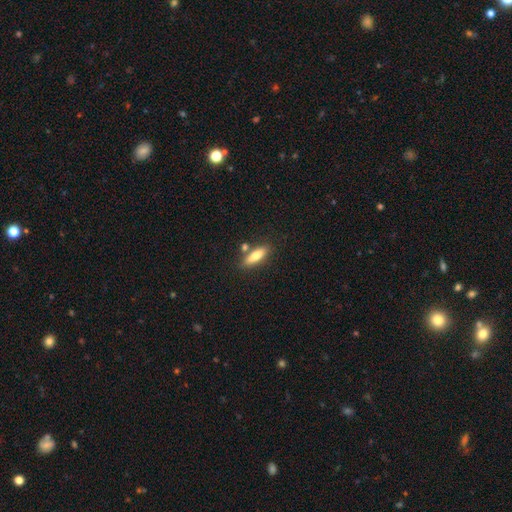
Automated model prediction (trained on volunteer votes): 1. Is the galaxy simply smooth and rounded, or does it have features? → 73% smooth, 20% featured or disk, 6% star or artifact.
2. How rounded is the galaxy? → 51% cigar-shaped, 47% in between, 3% round.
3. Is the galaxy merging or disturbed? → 73% none, 12% minor disturbance, 12% merger, 3% major disturbance.